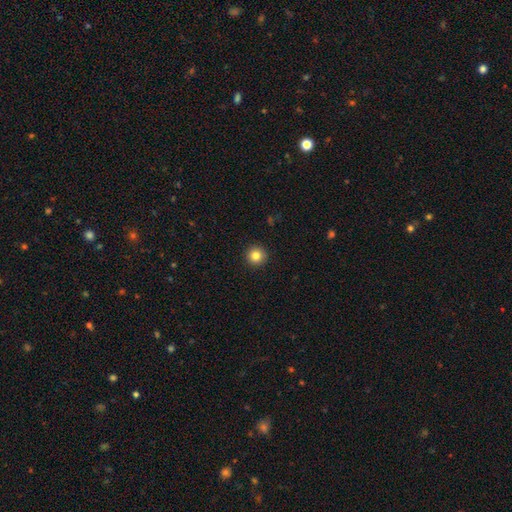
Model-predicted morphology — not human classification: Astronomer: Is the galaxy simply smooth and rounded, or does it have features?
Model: smooth — 83%.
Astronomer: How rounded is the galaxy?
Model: round — 96%.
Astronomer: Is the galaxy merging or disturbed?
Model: none — 93%.